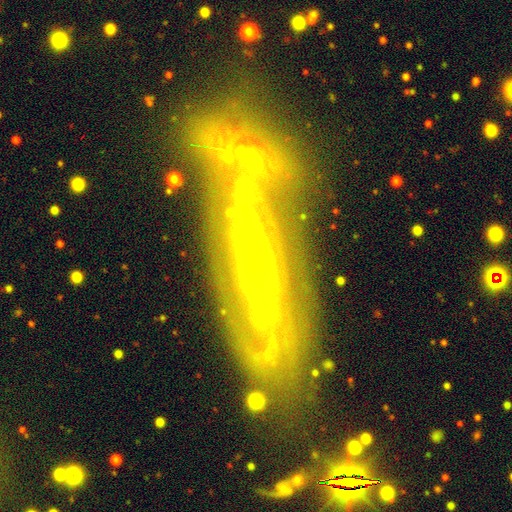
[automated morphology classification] smooth-or-featured: featured or disk: 65% | star or artifact: 18% | smooth: 17%
  disk-edge-on: no: 51% | yes: 49%
  merging: none: 56% | merger: 19% | minor disturbance: 16% | major disturbance: 9%